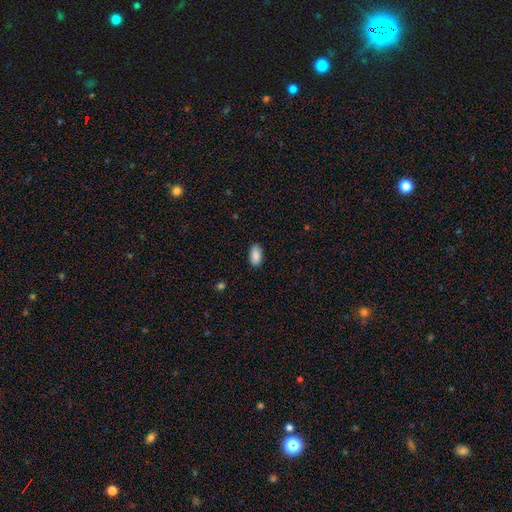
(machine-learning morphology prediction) type=smooth (89%); roundness=in between (94%); merging=none (87%).